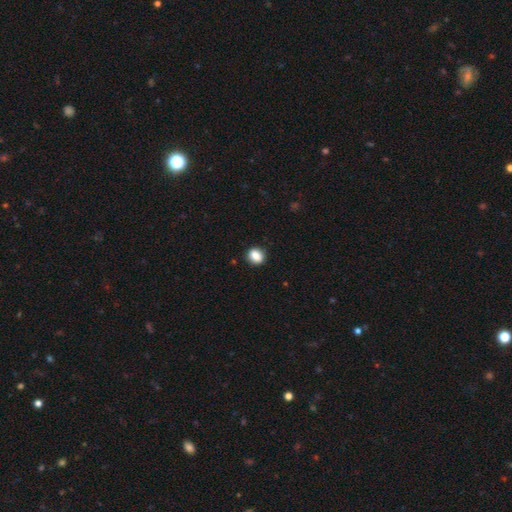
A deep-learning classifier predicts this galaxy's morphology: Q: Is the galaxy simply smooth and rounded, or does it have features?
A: smooth — 86%.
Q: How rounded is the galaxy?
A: round — 58%.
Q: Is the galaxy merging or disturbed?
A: none — 87%.